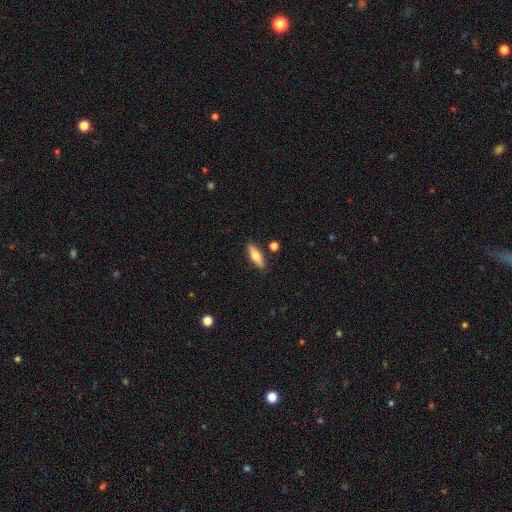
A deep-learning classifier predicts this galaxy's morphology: A smooth galaxy with no disk features (55%) that is cigar-shaped (51%). Merging: none (86%).